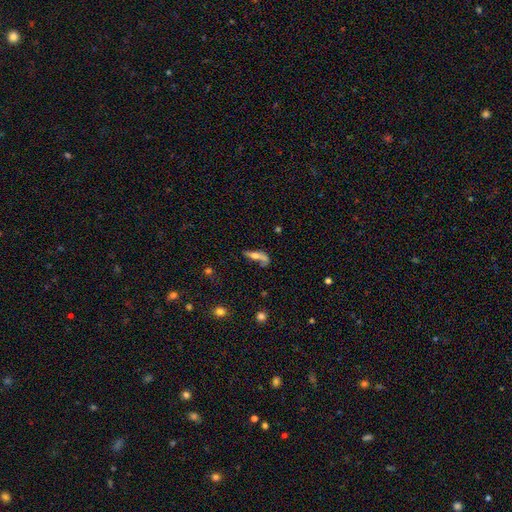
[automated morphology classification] Smooth or featured?
  - smooth: 49% *
  - featured or disk: 41%
  - star or artifact: 10%
Merging?
  - none: 34% *
  - major disturbance: 27%
  - minor disturbance: 21%
  - merger: 19%